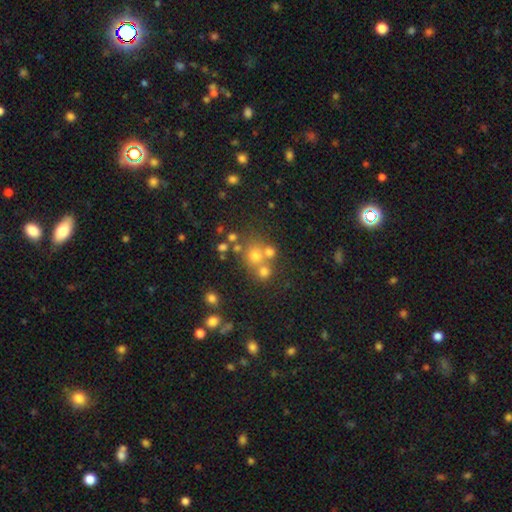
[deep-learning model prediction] Smooth or featured? smooth (59%)
How rounded? round (84%)
Merging? none (54%)